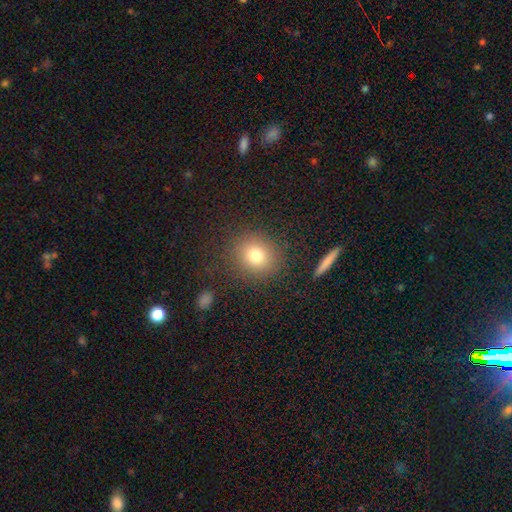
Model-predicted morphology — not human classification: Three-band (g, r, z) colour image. It shows a smooth galaxy with no disk features (77%) that is round (84%). Merging: none (85%).